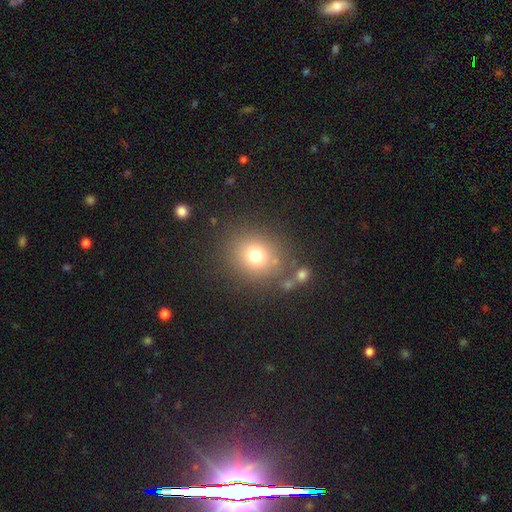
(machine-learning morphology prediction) Q: Smooth or featured?
A: smooth (73%); runner-up: star or artifact (16%)
Q: How rounded?
A: round (80%); runner-up: in between (20%)
Q: Merging?
A: none (77%); runner-up: minor disturbance (11%)